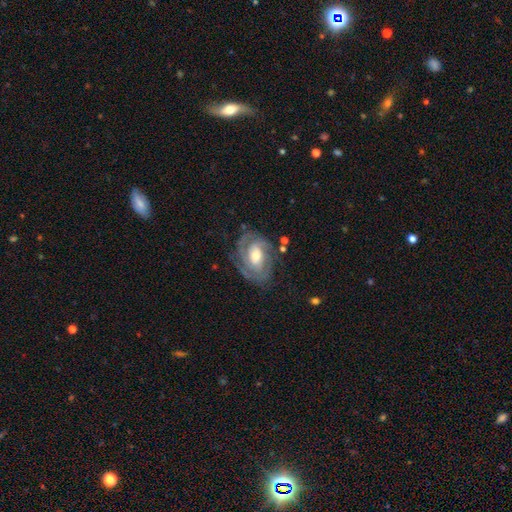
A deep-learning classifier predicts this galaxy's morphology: Q: Smooth or featured?
A: featured or disk (85%); runner-up: smooth (10%)
Q: Edge-on disk?
A: no (96%); runner-up: yes (4%)
Q: Bar?
A: no (51%); runner-up: weak (36%)
Q: Spiral arms?
A: yes (93%); runner-up: no (7%)
Q: Spiral winding?
A: tight (62%); runner-up: medium (31%)
Q: Spiral arm count?
A: 2 (43%); runner-up: can't tell (23%)
Q: Bulge size?
A: moderate (65%); runner-up: small (22%)
Q: Merging?
A: none (70%); runner-up: minor disturbance (19%)